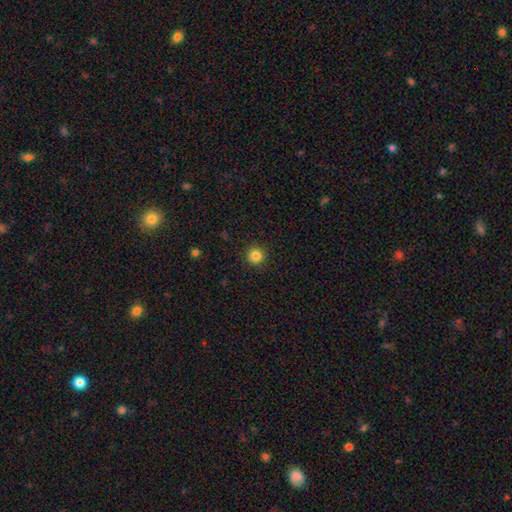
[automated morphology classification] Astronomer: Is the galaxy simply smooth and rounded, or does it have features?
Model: smooth — 84%.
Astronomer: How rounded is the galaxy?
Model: round — 96%.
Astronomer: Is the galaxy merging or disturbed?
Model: none — 93%.